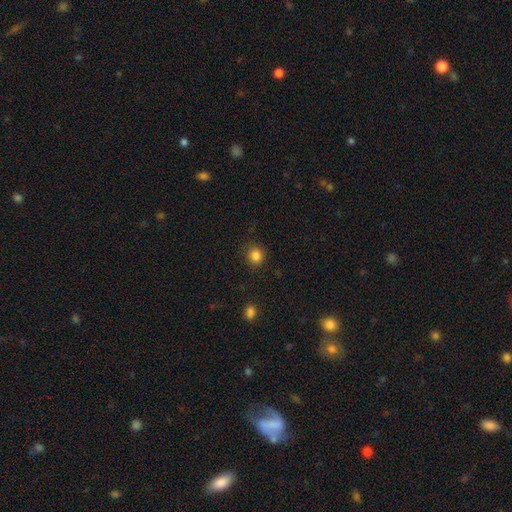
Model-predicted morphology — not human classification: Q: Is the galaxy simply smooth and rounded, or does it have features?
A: smooth — 84%.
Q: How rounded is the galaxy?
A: round — 89%.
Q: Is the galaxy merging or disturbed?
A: none — 88%.